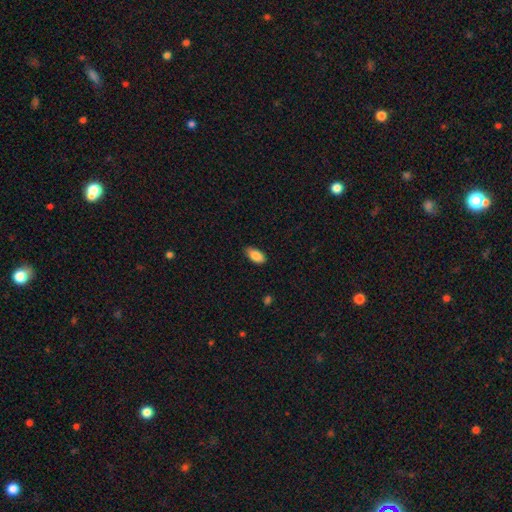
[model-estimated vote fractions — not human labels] Smooth or featured? Predicted: smooth (p=0.87). How rounded? Predicted: in between (p=0.92). Merging? Predicted: none (p=0.83).